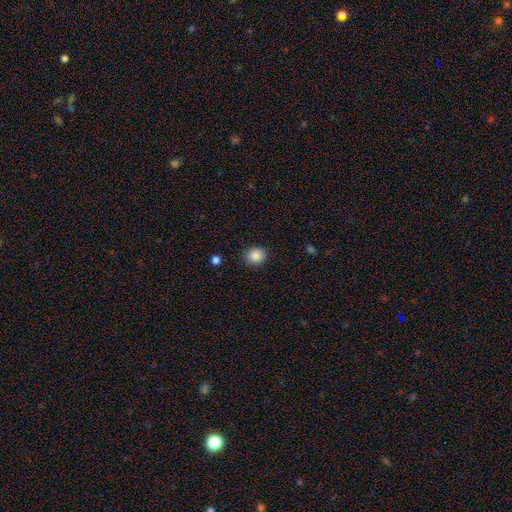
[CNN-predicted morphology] A smooth galaxy with no disk features (87%) that is round (66%). Merging: none (87%).